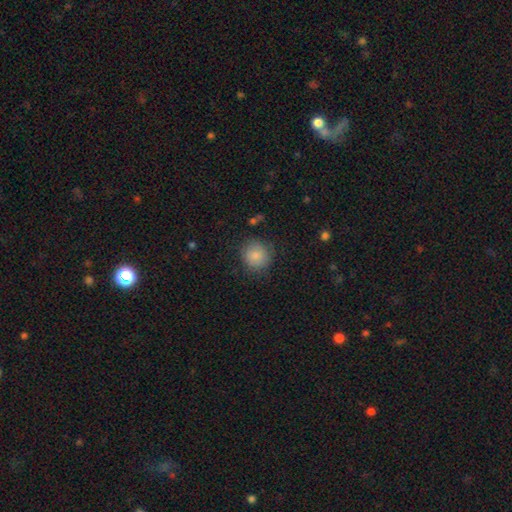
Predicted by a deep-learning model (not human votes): Smooth or featured? smooth (85%)
How rounded? round (89%)
Merging? none (80%)